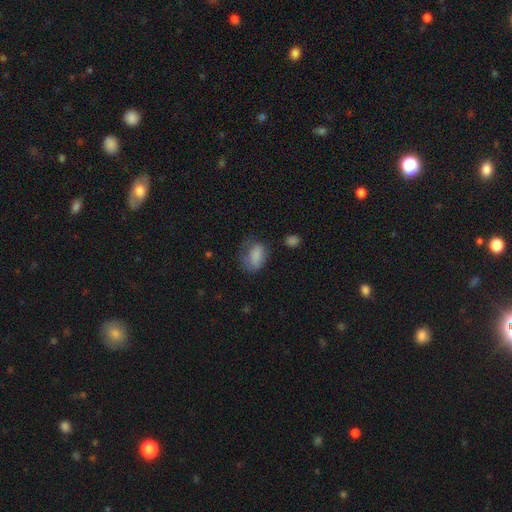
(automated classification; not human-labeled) This is likely a smooth galaxy (79%). How rounded: clearly in between (80%). Merging: marginally none (44%).